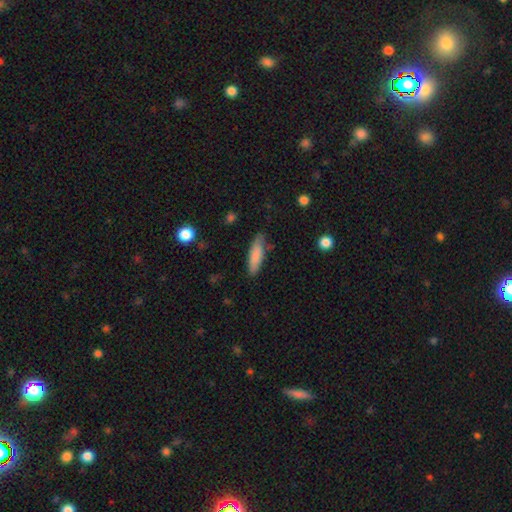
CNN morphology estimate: Overall: smooth (83%). How rounded: cigar-shaped (61%; in between 37%). Merging: none (76%).